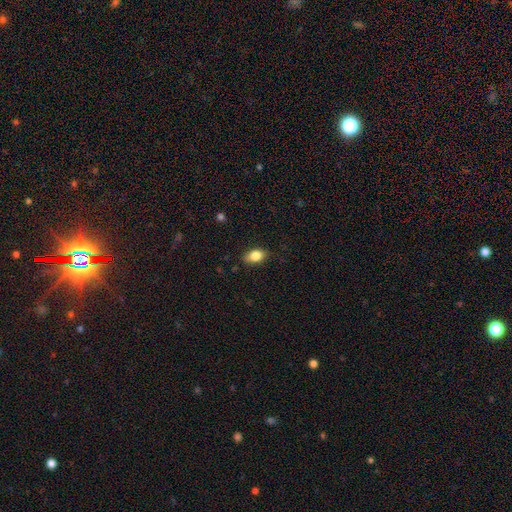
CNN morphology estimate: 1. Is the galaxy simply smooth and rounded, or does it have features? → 82% smooth, 10% featured or disk, 8% star or artifact.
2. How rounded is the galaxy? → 86% in between, 11% round, 3% cigar-shaped.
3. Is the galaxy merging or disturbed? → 82% none, 14% minor disturbance, 3% major disturbance, 1% merger.